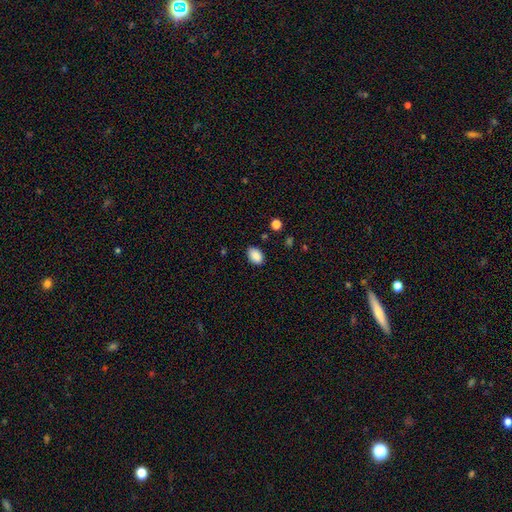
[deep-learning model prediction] Smooth or featured?
  - smooth: 89% *
  - star or artifact: 8%
  - featured or disk: 3%
How rounded?
  - in between: 83% *
  - round: 16%
  - cigar-shaped: 1%
Merging?
  - none: 85% *
  - minor disturbance: 11%
  - major disturbance: 2%
  - merger: 1%